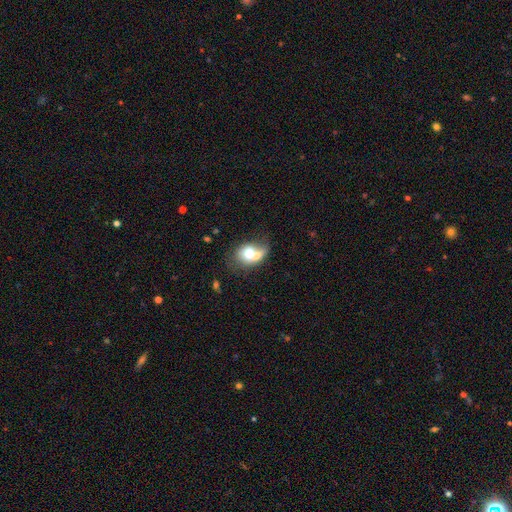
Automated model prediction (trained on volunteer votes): Q: Smooth or featured?
A: smooth (65%); runner-up: featured or disk (27%)
Q: How rounded?
A: in between (57%); runner-up: round (42%)
Q: Merging?
A: merger (60%); runner-up: none (20%)